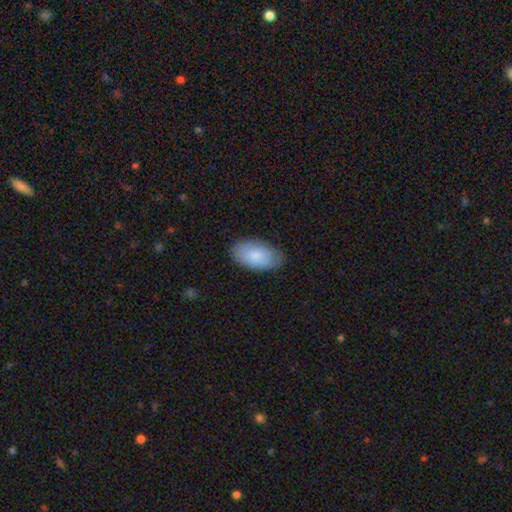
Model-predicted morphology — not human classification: type=smooth (79%); roundness=in between (95%); merging=none (80%).